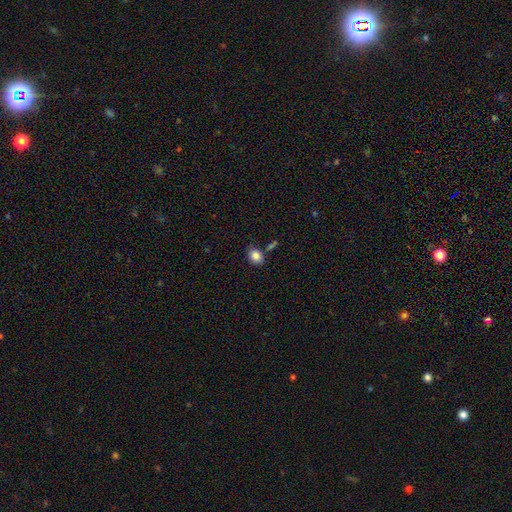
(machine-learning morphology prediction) smooth 85%, star or artifact 9%, featured or disk 6%. Down the decision tree: how rounded — in between (60%); merging — none (73%).